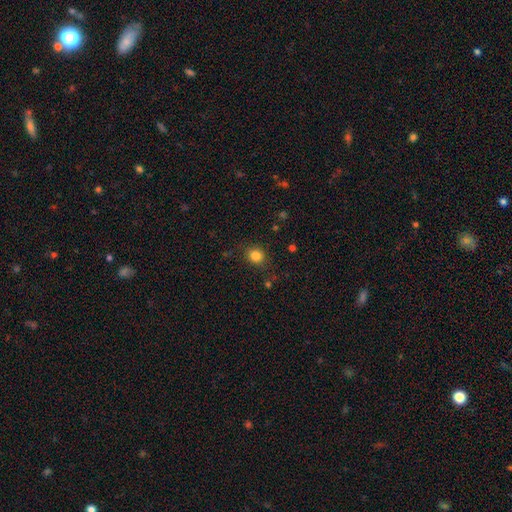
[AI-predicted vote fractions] A smooth galaxy with no disk features (83%) that is round (82%). Merging: none (85%).